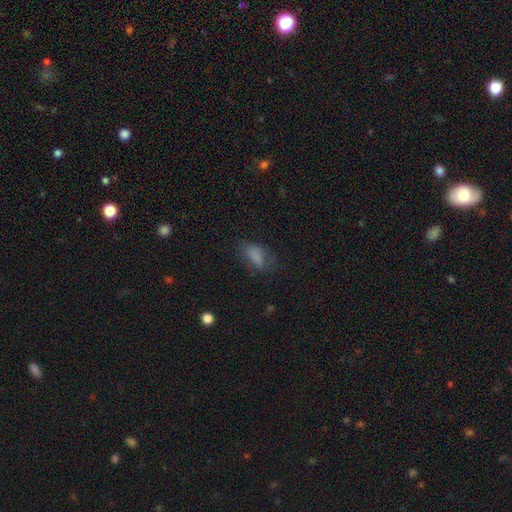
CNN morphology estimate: smooth_or_featured: smooth (p=0.76) [alt: star or artifact p=0.12]
how_rounded: in between (p=0.81) [alt: cigar-shaped p=0.14]
merging: none (p=0.57) [alt: minor disturbance p=0.25]